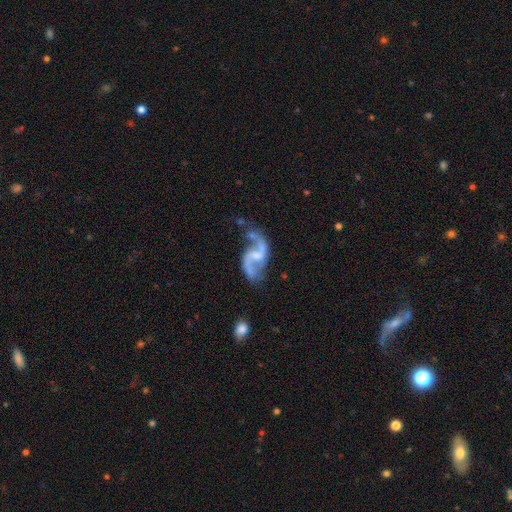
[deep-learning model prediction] Overall: featured or disk (91%). Edge-on disk: no (98%). Bar: weak (52%; no 32%). Spiral arms: yes (96%). Spiral arm count: 2 (93%). Spiral winding: loose (75%). Bulge size: small (42%; none 32%). Merging: none (56%; minor disturbance 21%).